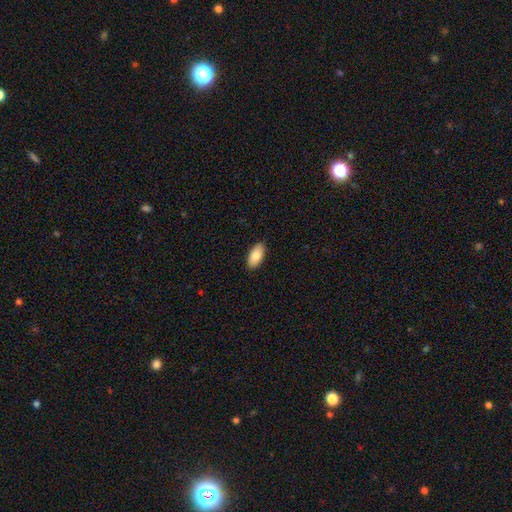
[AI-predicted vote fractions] smooth 85%, featured or disk 9%, star or artifact 6%. Down the decision tree: how rounded — in between (93%); merging — none (89%).